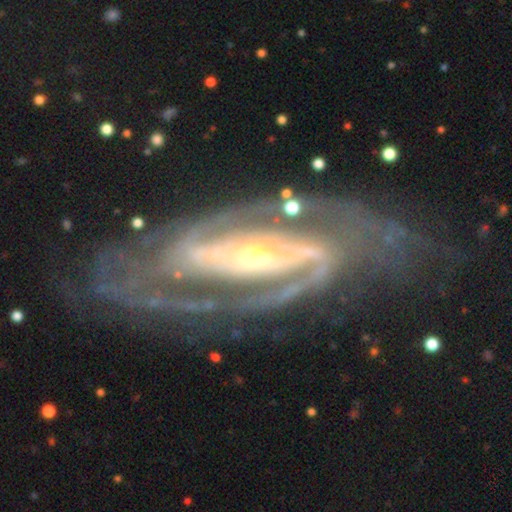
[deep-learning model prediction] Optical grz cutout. It shows a featured or disk galaxy (91%) with a strong bar (45%), 2 (66%) tight (44%) spiral arms (96%) and a small central bulge (52%). Merging: none (62%).